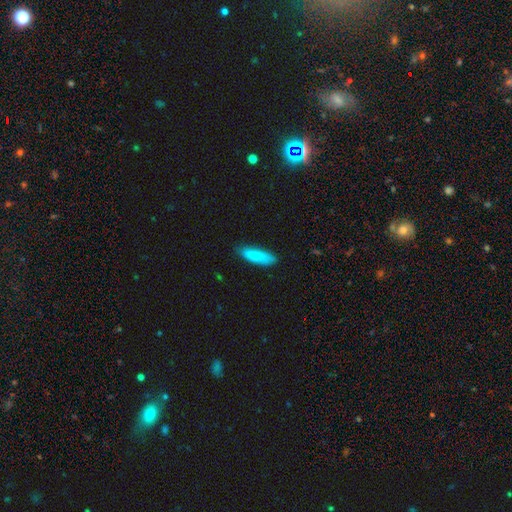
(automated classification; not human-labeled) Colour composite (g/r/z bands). It shows a smooth galaxy with no disk features (83%) that is cigar-shaped (56%). Merging: none (79%).